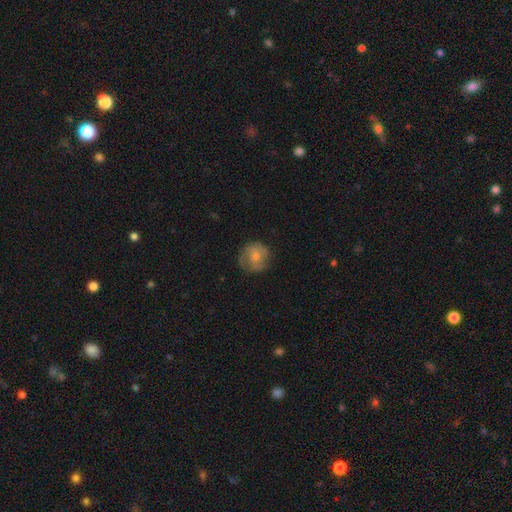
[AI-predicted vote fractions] Smooth or featured? smooth (57%)
How rounded? round (87%)
Merging? none (69%)